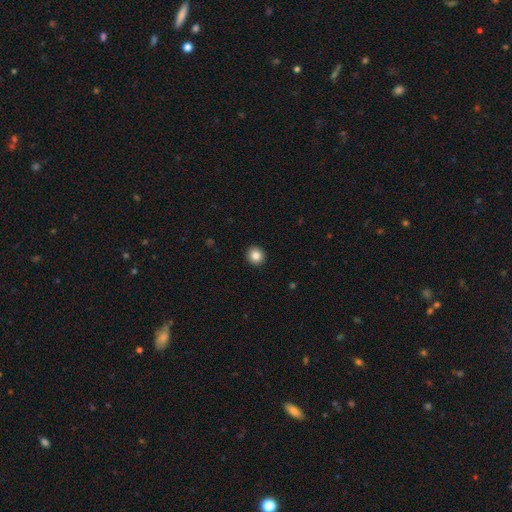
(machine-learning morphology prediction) A smooth galaxy with no disk features (85%) that is round (89%).

Vote fractions:
- Smooth or featured? smooth: 85% / star or artifact: 10% / featured or disk: 5%
- How rounded? round: 89% / in between: 10% / cigar-shaped: 1%
- Merging? none: 93% / minor disturbance: 5% / major disturbance: 2% / merger: 1%